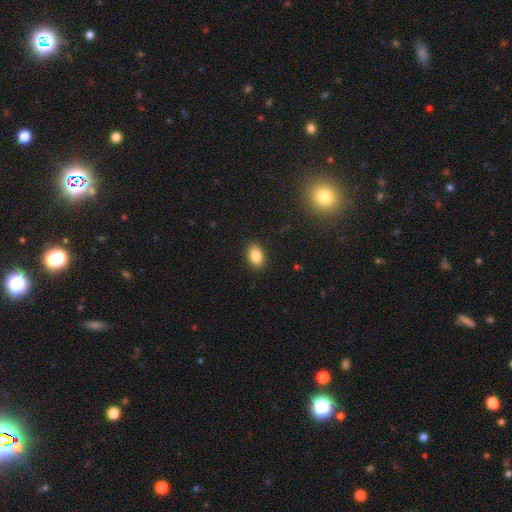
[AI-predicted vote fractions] A smooth galaxy with no disk features (85%) that is in between round and cigar-shaped (85%).

Vote fractions:
- Smooth or featured? smooth: 85% / star or artifact: 9% / featured or disk: 6%
- How rounded? in between: 85% / round: 13% / cigar-shaped: 1%
- Merging? none: 89% / minor disturbance: 8% / major disturbance: 2% / merger: 1%